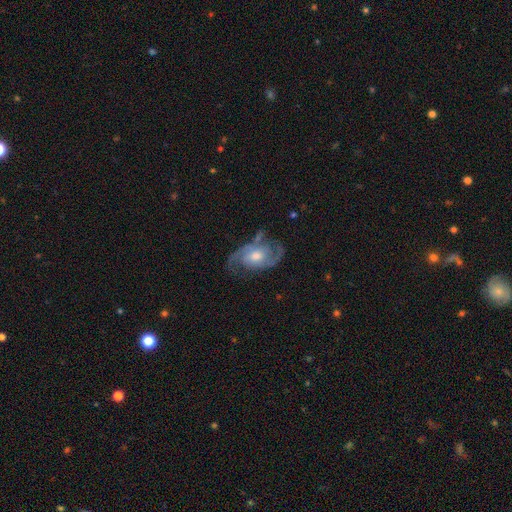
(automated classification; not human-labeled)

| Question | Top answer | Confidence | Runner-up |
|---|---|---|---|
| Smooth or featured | featured or disk | 87% | smooth (8%) |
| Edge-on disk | no | 97% | yes (3%) |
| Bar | no | 64% | weak (30%) |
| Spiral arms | yes | 96% | no (4%) |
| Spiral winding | medium | 50% | tight (32%) |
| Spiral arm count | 2 | 83% | can't tell (6%) |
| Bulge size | moderate | 70% | small (16%) |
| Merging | none | 69% | minor disturbance (19%) |